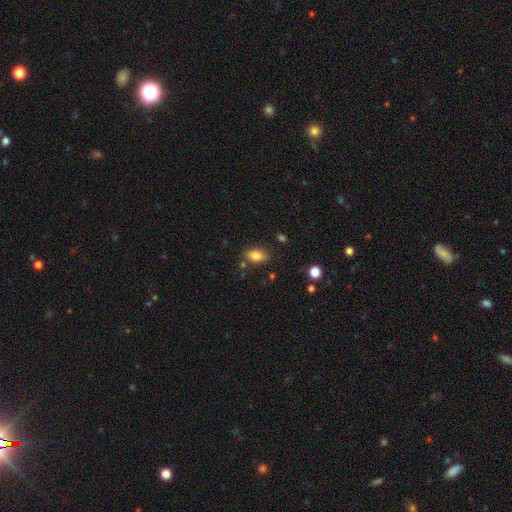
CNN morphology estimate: Smooth or featured?
  - smooth: 83% *
  - star or artifact: 9%
  - featured or disk: 8%
How rounded?
  - in between: 88% *
  - round: 8%
  - cigar-shaped: 4%
Merging?
  - none: 79% *
  - minor disturbance: 13%
  - merger: 5%
  - major disturbance: 3%